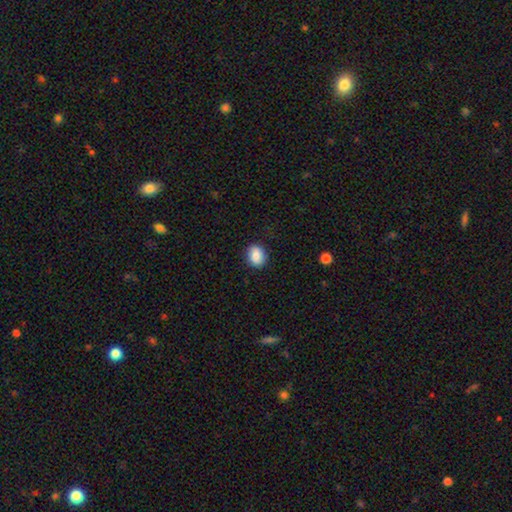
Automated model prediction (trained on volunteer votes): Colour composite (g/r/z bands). It shows a smooth galaxy with no disk features (85%) that is round (57%). Merging: none (86%).